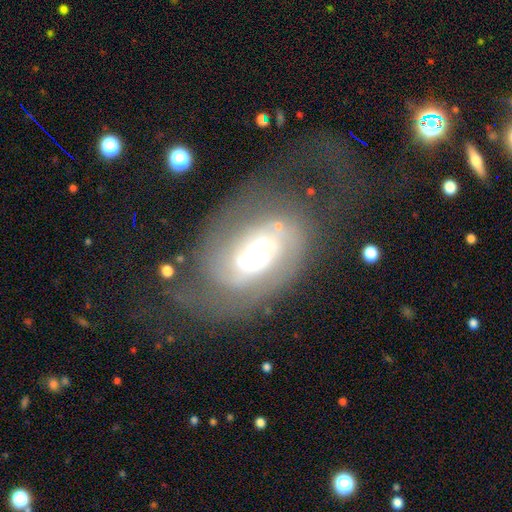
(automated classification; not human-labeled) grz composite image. It shows a featured or disk galaxy (82%) with no bar (65%), 2 (55%) tight (52%) spiral arms (92%) and a moderate central bulge (51%). Merging: none (51%).